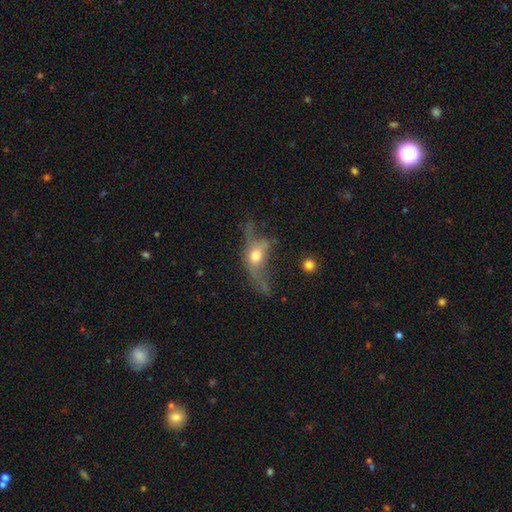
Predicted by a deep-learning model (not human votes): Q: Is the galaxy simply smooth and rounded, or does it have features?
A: featured or disk — 52%.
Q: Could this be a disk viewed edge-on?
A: no — 64%.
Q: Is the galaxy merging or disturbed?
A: major disturbance — 46%.